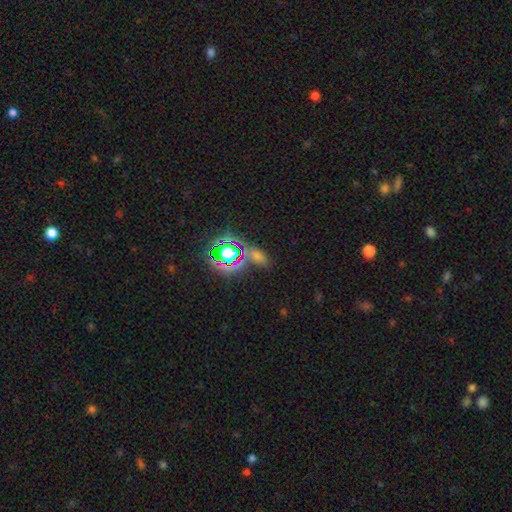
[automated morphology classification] Smooth or featured: star or artifact — 56% (smooth — 33%)